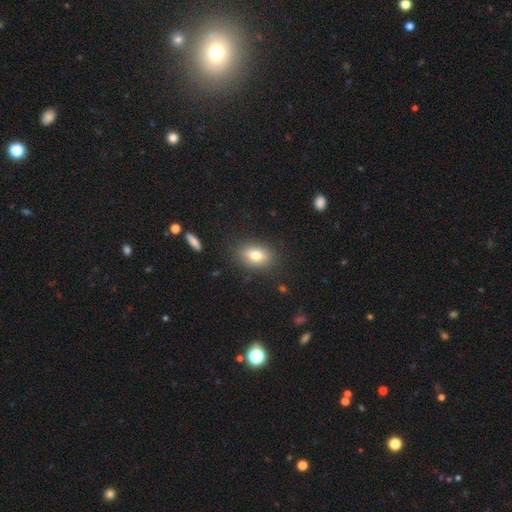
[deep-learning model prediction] Smooth or featured? smooth (76%)
How rounded? in between (78%)
Merging? none (85%)